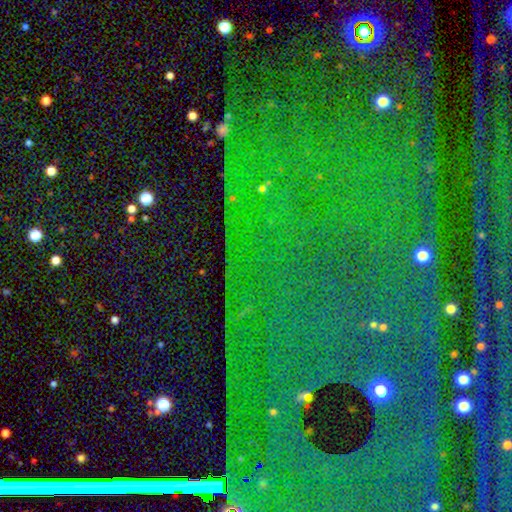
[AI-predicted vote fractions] Morphology: type=star or artifact (84%).